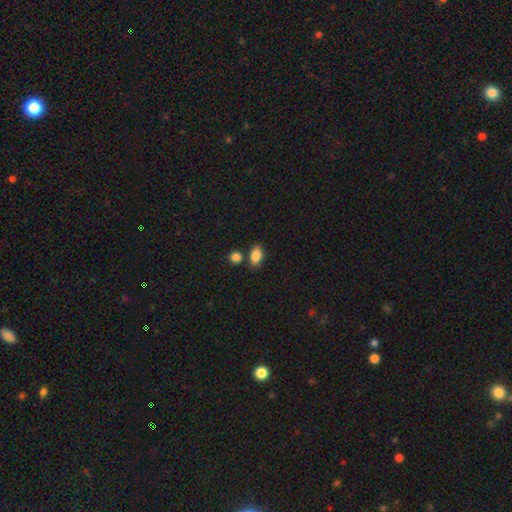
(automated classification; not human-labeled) Smooth or featured? Predicted: smooth (p=0.87). How rounded? Predicted: in between (p=0.86). Merging? Predicted: none (p=0.71).